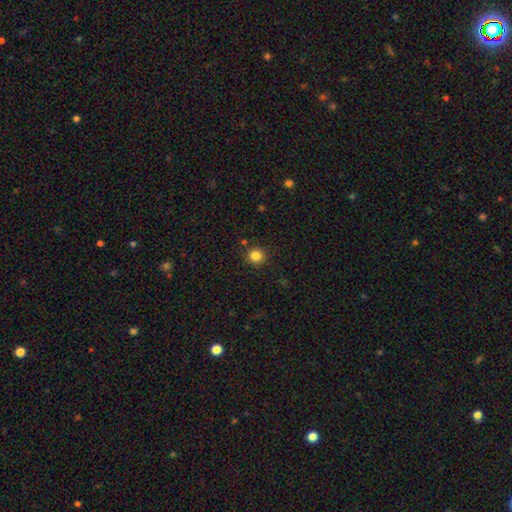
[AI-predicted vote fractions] Smooth or featured: smooth — 83% (star or artifact — 12%)
How rounded: round — 91% (in between — 8%)
Merging: none — 89% (minor disturbance — 7%)